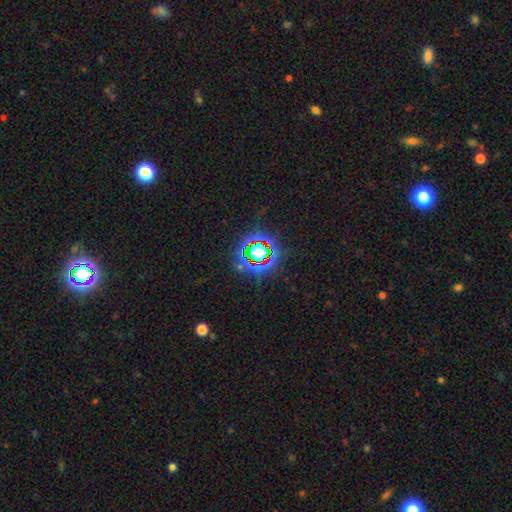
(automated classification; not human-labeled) Morphology: type=star or artifact (71%).